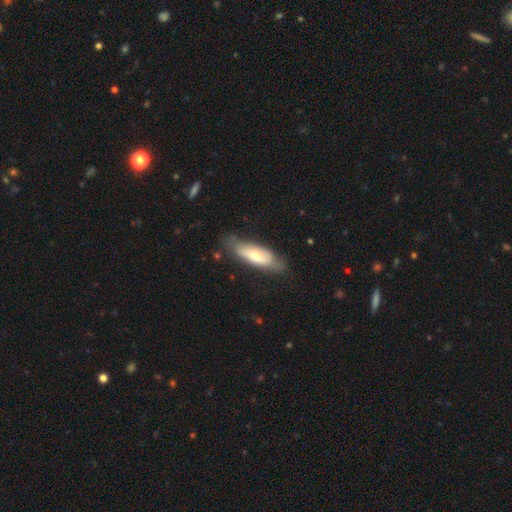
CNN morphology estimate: A smooth galaxy with no disk features (56%) that is in between round and cigar-shaped (58%). Merging: none (64%).